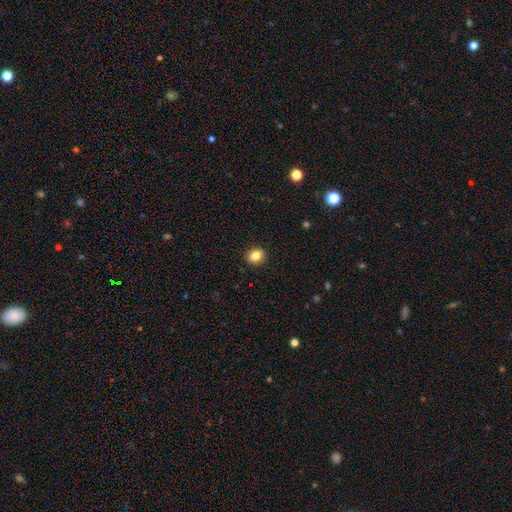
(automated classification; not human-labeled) smooth 85%, star or artifact 9%, featured or disk 6%. Down the decision tree: how rounded — in between (51%); merging — none (90%).